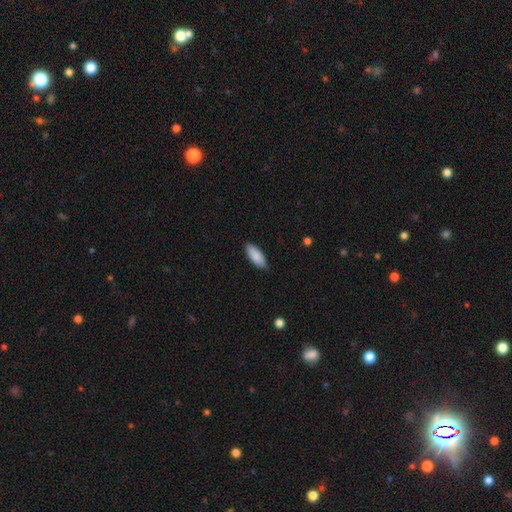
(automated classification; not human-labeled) smooth 88%, featured or disk 6%, star or artifact 6%. Down the decision tree: how rounded — in between (78%); merging — none (85%).